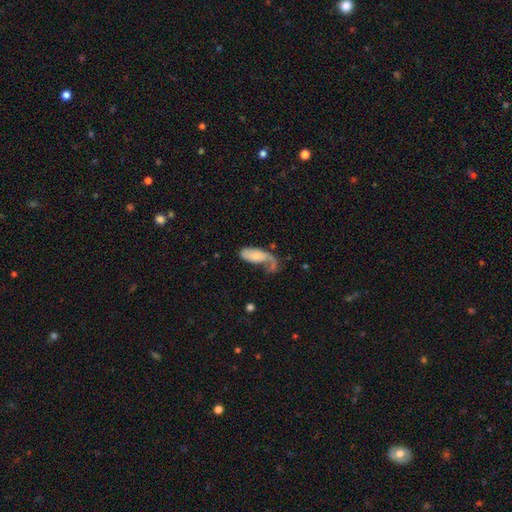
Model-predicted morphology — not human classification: smooth-or-featured: smooth: 55% | featured or disk: 39% | star or artifact: 6%
  how-rounded: in between: 83% | cigar-shaped: 14% | round: 3%
  merging: major disturbance: 42% | none: 28% | minor disturbance: 21% | merger: 9%